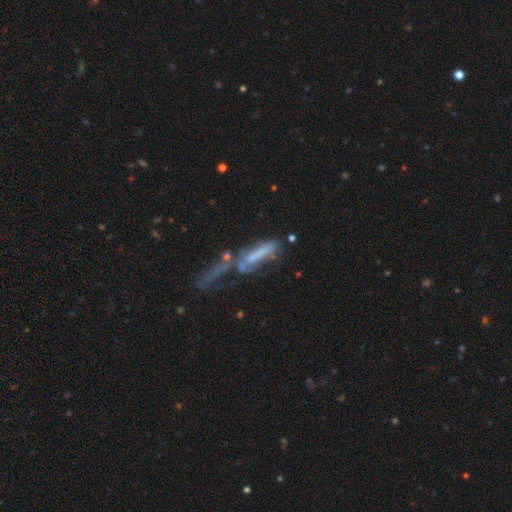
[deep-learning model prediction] Smooth or featured: featured or disk — 46% (smooth — 40%)
Merging: merger — 37% (major disturbance — 32%)